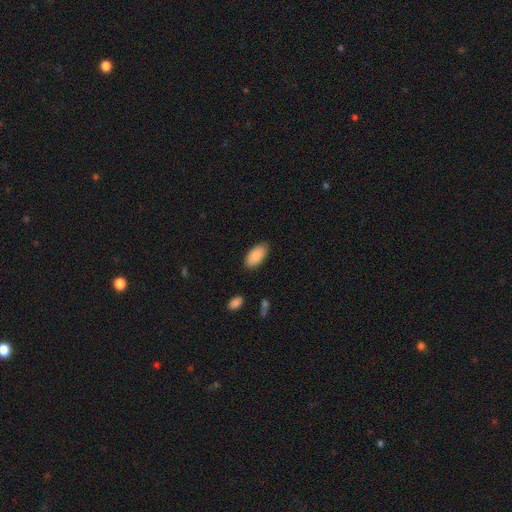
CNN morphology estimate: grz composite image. It shows a smooth galaxy with no disk features (89%) that is in between round and cigar-shaped (95%). Merging: none (85%).